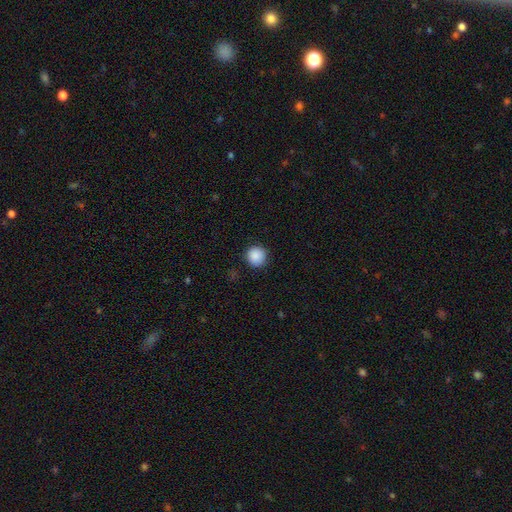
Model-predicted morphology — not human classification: Smooth or featured? Predicted: smooth (p=0.89). How rounded? Predicted: round (p=0.95). Merging? Predicted: none (p=0.90).